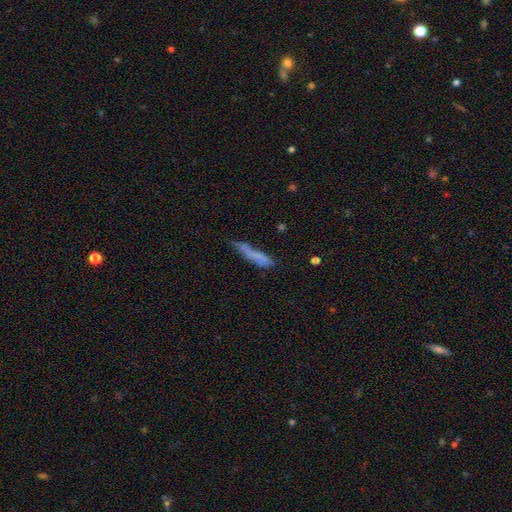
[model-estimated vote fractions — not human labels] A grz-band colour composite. It shows a smooth galaxy with no disk features (66%) that is cigar-shaped (86%). Merging: none (48%).